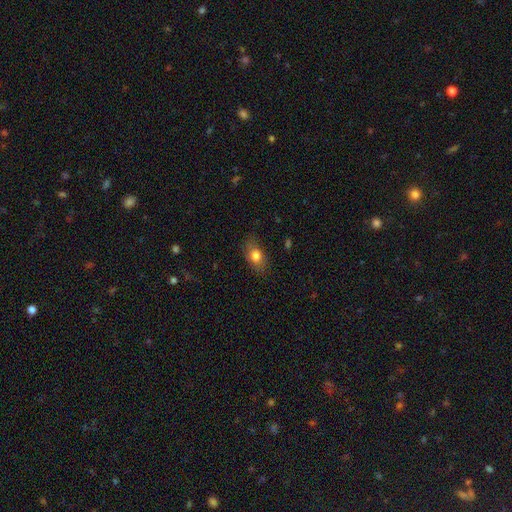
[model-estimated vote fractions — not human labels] Smooth or featured? smooth (78%)
How rounded? in between (81%)
Merging? none (79%)